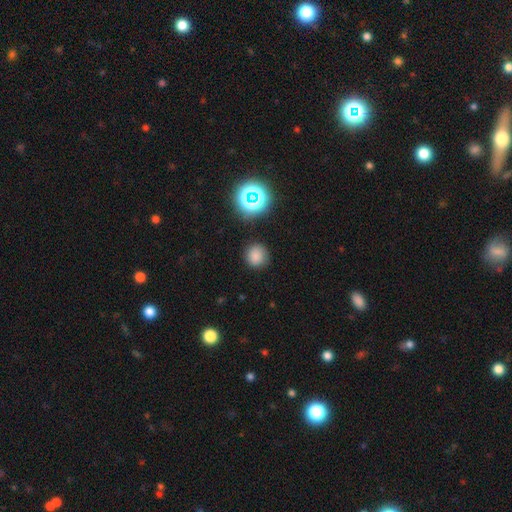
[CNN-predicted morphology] Smooth or featured? Predicted: smooth (p=0.77). How rounded? Predicted: round (p=0.91). Merging? Predicted: none (p=0.86).